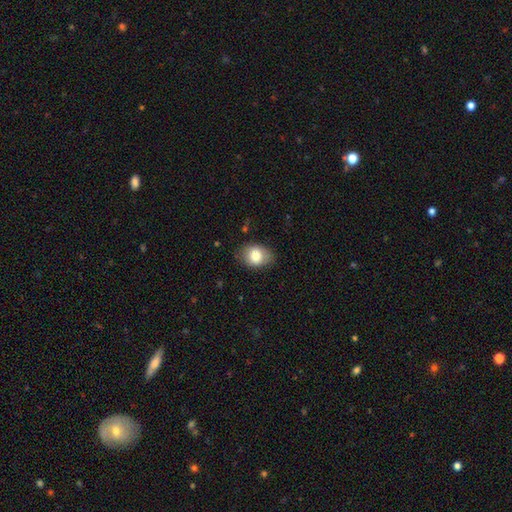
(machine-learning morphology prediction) smooth 79%, featured or disk 13%, star or artifact 8%. Down the decision tree: how rounded — in between (65%); merging — none (76%).